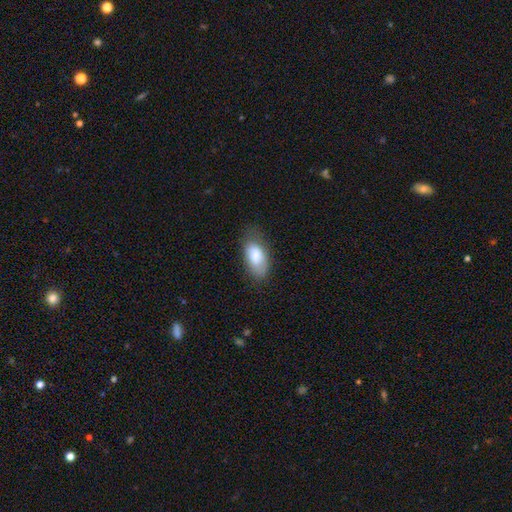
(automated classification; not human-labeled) Smooth or featured: smooth — 82% (featured or disk — 12%)
How rounded: in between — 91% (cigar-shaped — 6%)
Merging: none — 64% (minor disturbance — 26%)